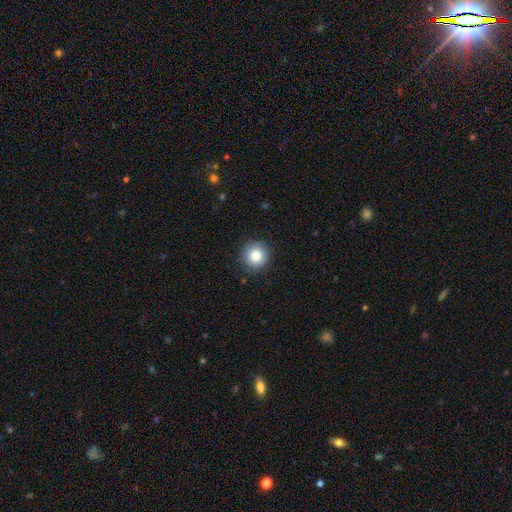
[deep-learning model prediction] smooth-or-featured: smooth: 82% | star or artifact: 10% | featured or disk: 8%
  how-rounded: round: 94% | in between: 5% | cigar-shaped: 1%
  merging: none: 89% | minor disturbance: 8% | major disturbance: 2% | merger: 1%